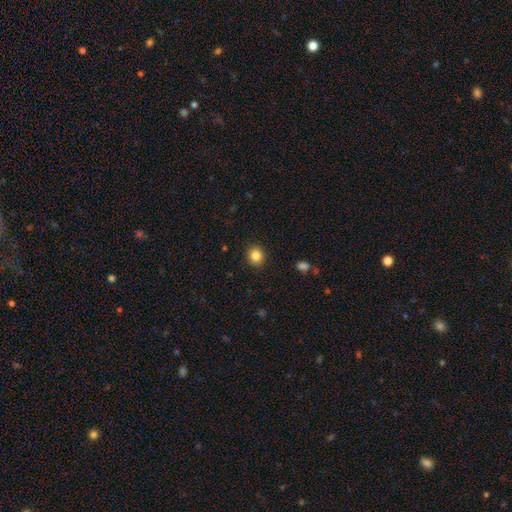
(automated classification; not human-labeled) smooth-or-featured: smooth: 85% | star or artifact: 10% | featured or disk: 5%
  how-rounded: round: 83% | in between: 16% | cigar-shaped: 1%
  merging: none: 91% | minor disturbance: 6% | major disturbance: 2% | merger: 1%